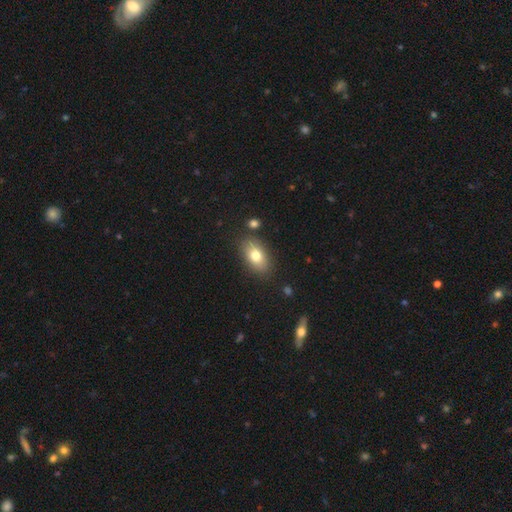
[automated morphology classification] A smooth galaxy with no disk features (77%) that is in between round and cigar-shaped (89%). Merging: none (83%).